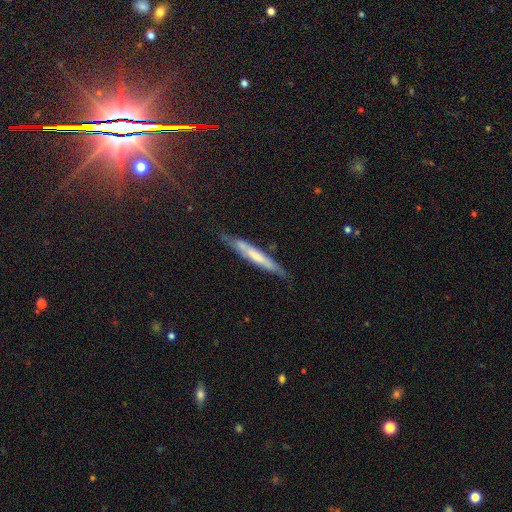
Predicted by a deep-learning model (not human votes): Smooth or featured?
  - featured or disk: 49% *
  - smooth: 44%
  - star or artifact: 6%
Merging?
  - none: 74% *
  - minor disturbance: 20%
  - major disturbance: 4%
  - merger: 3%